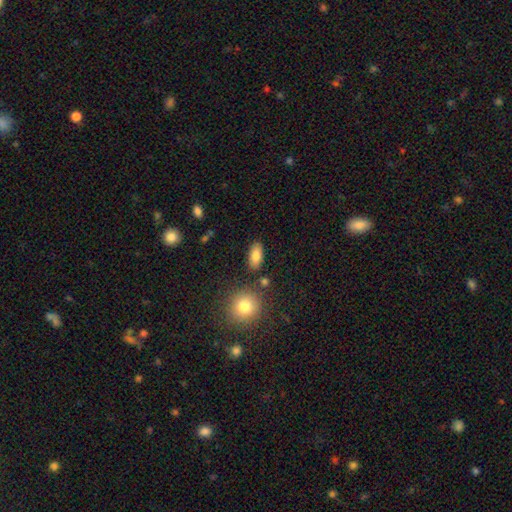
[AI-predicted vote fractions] Q: Smooth or featured?
A: smooth (82%); runner-up: featured or disk (9%)
Q: How rounded?
A: in between (88%); runner-up: cigar-shaped (7%)
Q: Merging?
A: none (82%); runner-up: minor disturbance (10%)